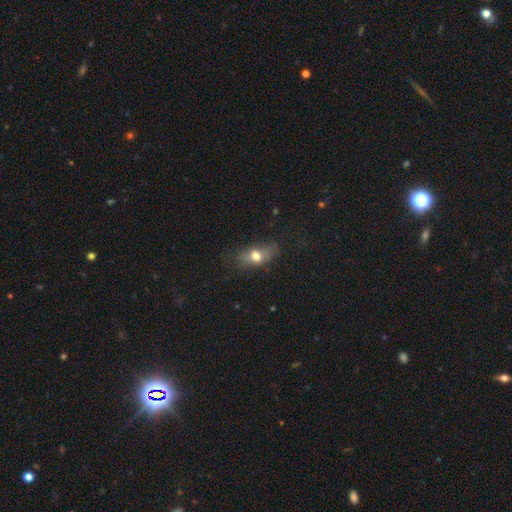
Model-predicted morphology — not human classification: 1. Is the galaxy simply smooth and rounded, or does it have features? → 65% smooth, 23% featured or disk, 12% star or artifact.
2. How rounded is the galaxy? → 75% in between, 15% round, 11% cigar-shaped.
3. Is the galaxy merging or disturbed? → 60% none, 24% minor disturbance, 14% major disturbance, 2% merger.